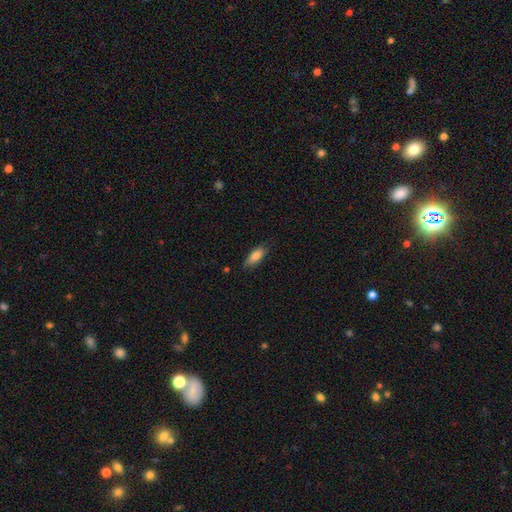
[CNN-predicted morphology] smooth_or_featured: smooth (p=0.82) [alt: featured or disk p=0.11]
how_rounded: in between (p=0.75) [alt: cigar-shaped p=0.22]
merging: none (p=0.76) [alt: minor disturbance p=0.20]